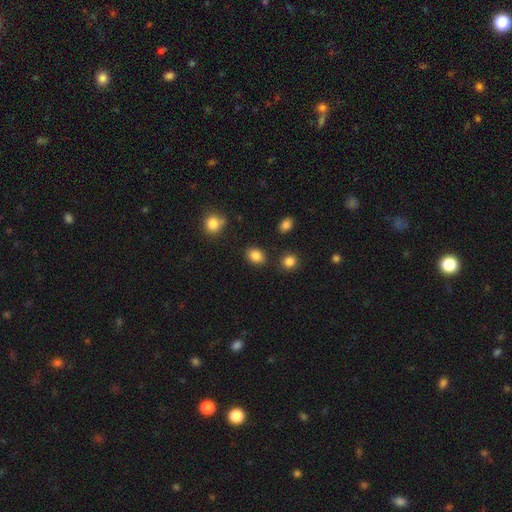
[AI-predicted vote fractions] Q: Smooth or featured?
A: smooth (85%); runner-up: star or artifact (10%)
Q: How rounded?
A: in between (64%); runner-up: round (35%)
Q: Merging?
A: none (83%); runner-up: minor disturbance (10%)